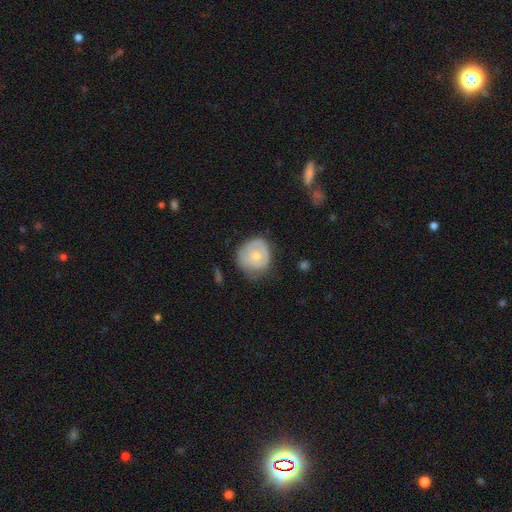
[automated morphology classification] Overall: smooth (54%; featured or disk 39%). How rounded: round (80%). Merging: none (53%; minor disturbance 33%).